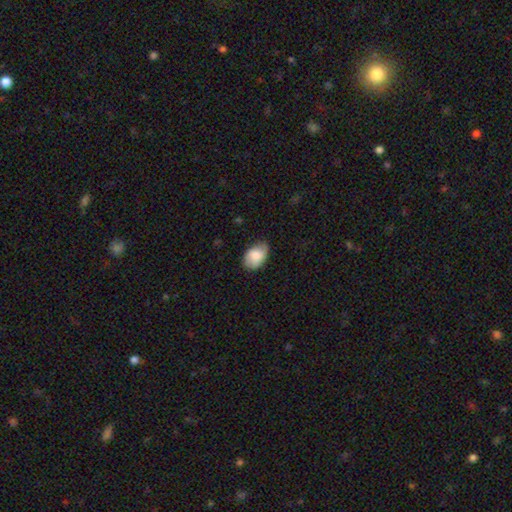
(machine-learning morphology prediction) Overall: smooth (80%). How rounded: in between (86%). Merging: none (71%).